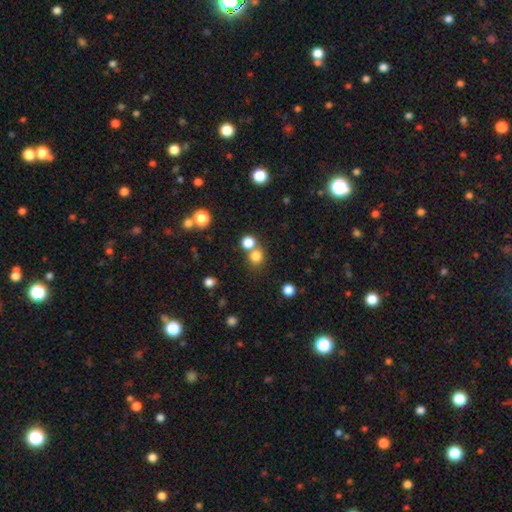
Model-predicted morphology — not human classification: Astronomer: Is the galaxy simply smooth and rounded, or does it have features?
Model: smooth — 79%.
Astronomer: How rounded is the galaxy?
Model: round — 84%.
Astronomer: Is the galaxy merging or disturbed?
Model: none — 59%.